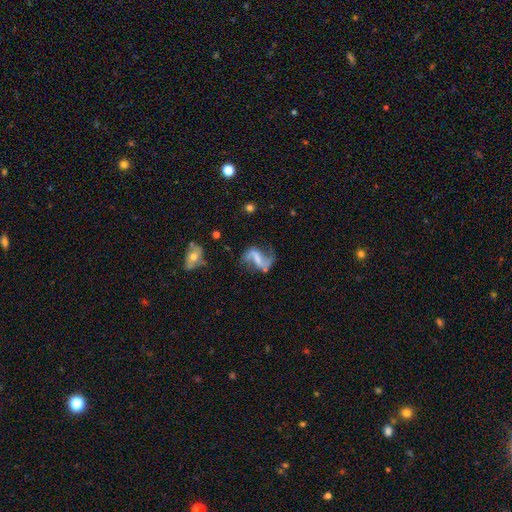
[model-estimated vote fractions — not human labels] The model was most divided on "bar": strong: 43%, weak: 37%, no: 20%. Remaining: edge-on disk — no (96%); spiral arms — yes (92%); spiral arm count — 2 (87%); smooth or featured — featured or disk (82%); spiral winding — loose (69%); merging — none (60%); bulge size — none (46%).